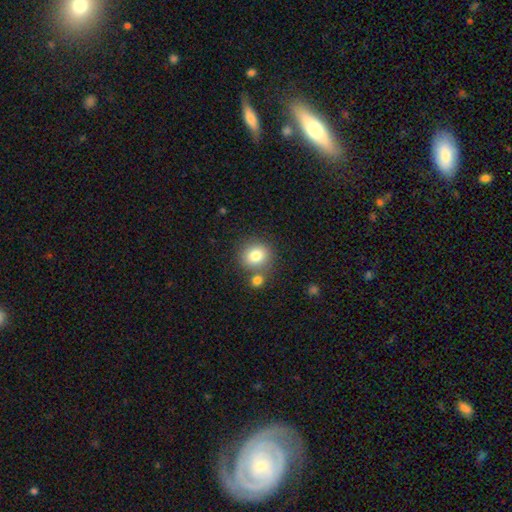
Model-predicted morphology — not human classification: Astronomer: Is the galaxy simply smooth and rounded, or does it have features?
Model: smooth — 80%.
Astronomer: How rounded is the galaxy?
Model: round — 84%.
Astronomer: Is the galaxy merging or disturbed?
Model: none — 64%.